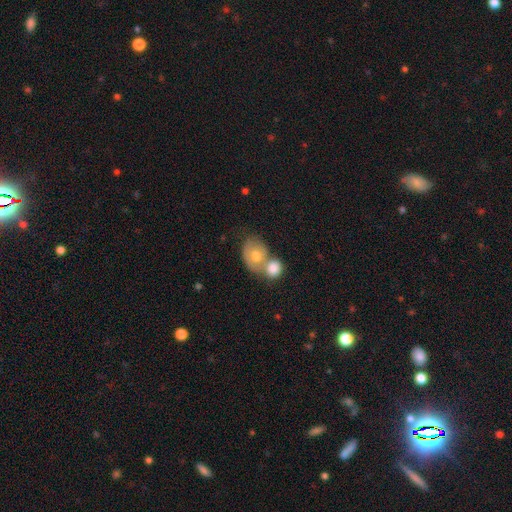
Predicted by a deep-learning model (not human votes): Smooth or featured?
  - smooth: 63% *
  - featured or disk: 30%
  - star or artifact: 7%
How rounded?
  - in between: 56% *
  - round: 42%
  - cigar-shaped: 1%
Merging?
  - merger: 61% *
  - none: 23%
  - minor disturbance: 10%
  - major disturbance: 5%